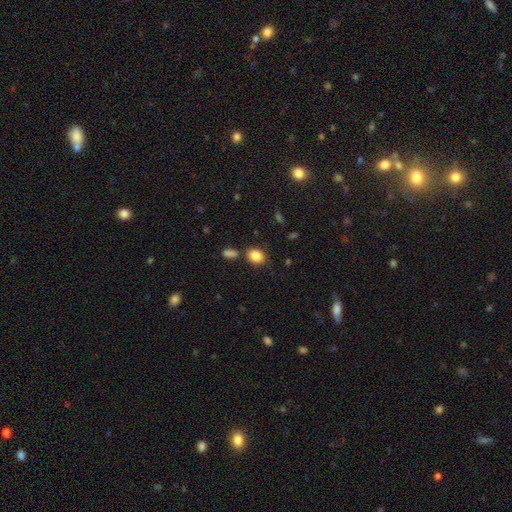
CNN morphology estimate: This appears to be a smooth galaxy with no disk features (86%) that is in between round and cigar-shaped (57%). Merging: none (74%).